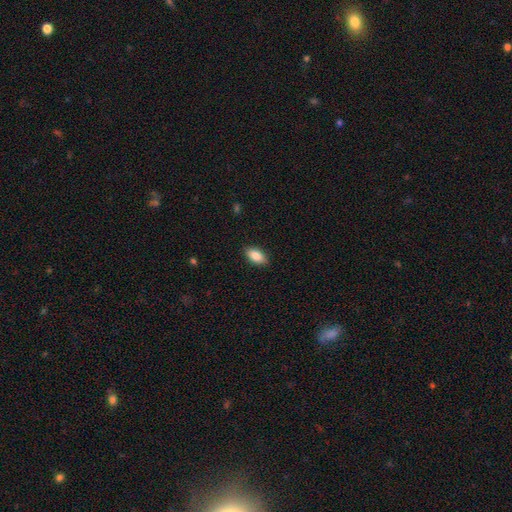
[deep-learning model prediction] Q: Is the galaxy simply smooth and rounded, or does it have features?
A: smooth — 87%.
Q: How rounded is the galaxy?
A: in between — 92%.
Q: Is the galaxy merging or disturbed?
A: none — 89%.